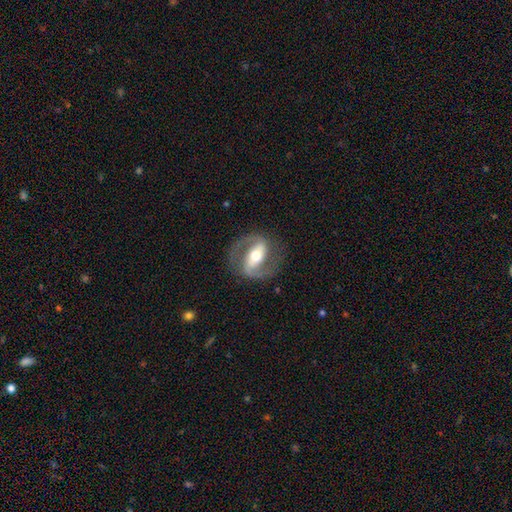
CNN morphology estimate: Overall: featured or disk (87%). Edge-on disk: no (96%). Bar: strong (56%; weak 27%). Spiral arms: yes (94%). Spiral arm count: 2 (92%). Spiral winding: medium (56%; loose 22%). Bulge size: moderate (68%). Merging: none (81%).